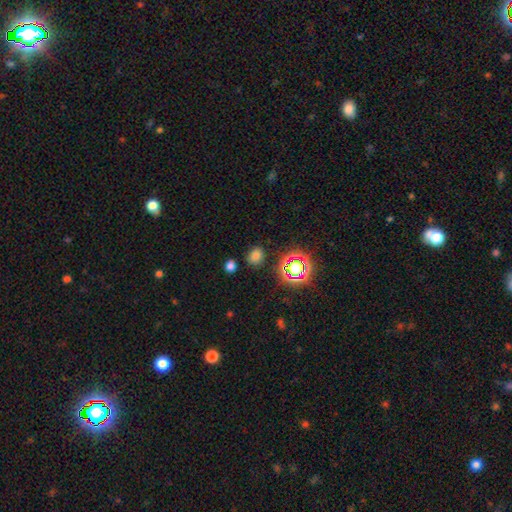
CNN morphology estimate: This is likely a smooth galaxy (71%). How rounded: possibly round (51%). Merging: clearly none (81%).